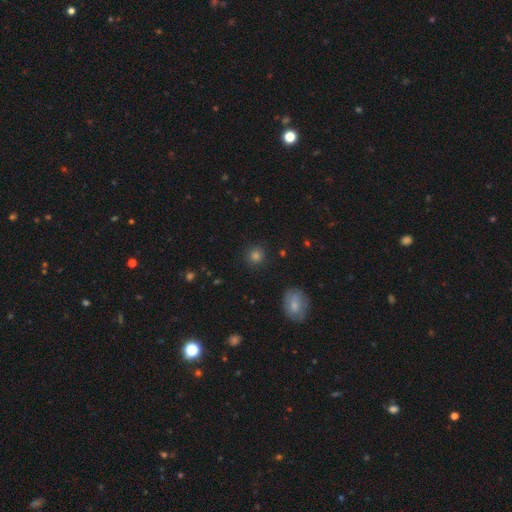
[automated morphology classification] Smooth or featured? smooth (78%)
How rounded? round (90%)
Merging? none (90%)